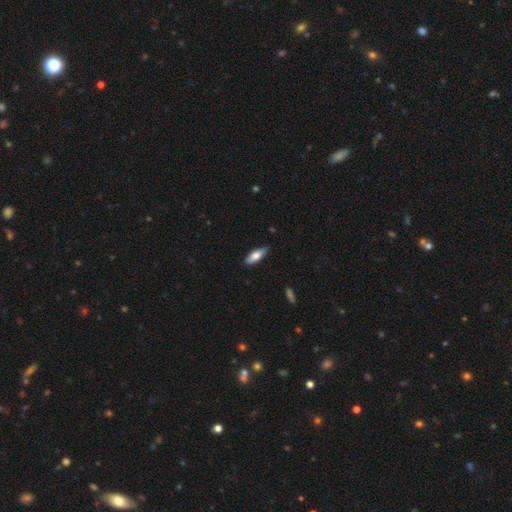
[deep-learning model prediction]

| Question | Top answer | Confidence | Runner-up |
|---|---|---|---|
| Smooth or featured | smooth | 71% | featured or disk (23%) |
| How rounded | in between | 62% | cigar-shaped (36%) |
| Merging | none | 84% | minor disturbance (13%) |